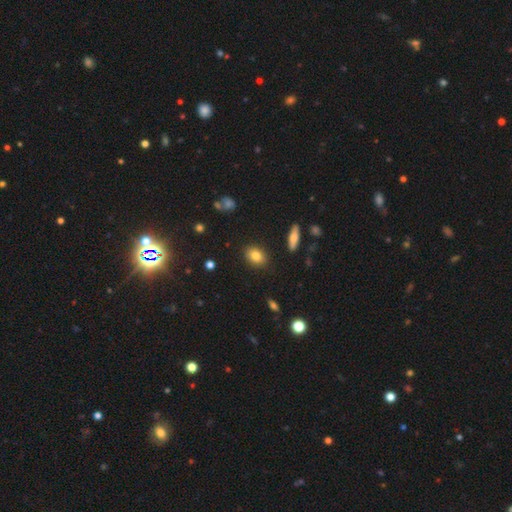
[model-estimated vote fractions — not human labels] This appears to be a smooth galaxy with no disk features (83%) that is in between round and cigar-shaped (70%). Merging: none (87%).